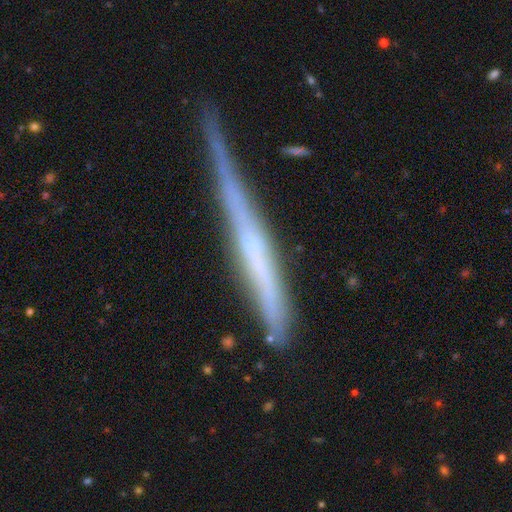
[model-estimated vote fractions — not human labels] smooth-or-featured: featured or disk: 68% | smooth: 25% | star or artifact: 7%
  disk-edge-on: yes: 94% | no: 6%
    edge-on-bulge: none: 68% | rounded: 26% | boxy: 6%
  merging: none: 59% | minor disturbance: 31% | major disturbance: 7% | merger: 3%